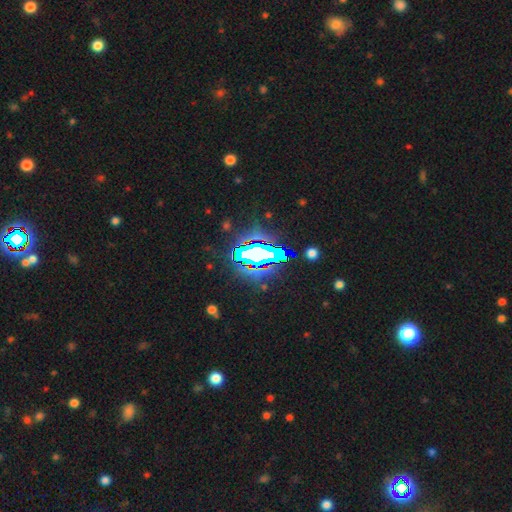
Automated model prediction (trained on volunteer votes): The model was most divided on "smooth or featured": star or artifact: 67%, featured or disk: 16%, smooth: 16%.